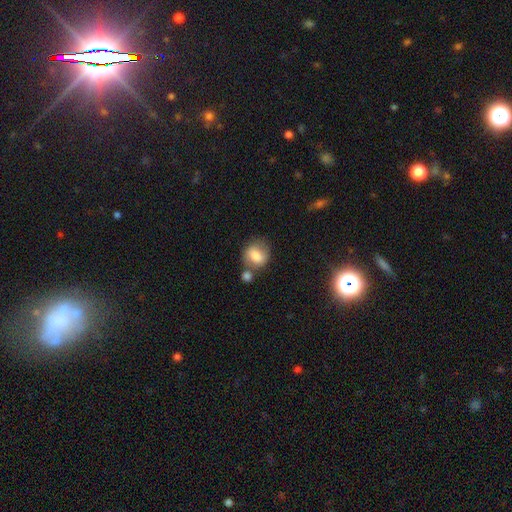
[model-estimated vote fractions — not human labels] Smooth or featured?
  - smooth: 75% *
  - featured or disk: 16%
  - star or artifact: 8%
How rounded?
  - round: 64% *
  - in between: 35%
  - cigar-shaped: 1%
Merging?
  - none: 53% *
  - merger: 25%
  - minor disturbance: 16%
  - major disturbance: 6%